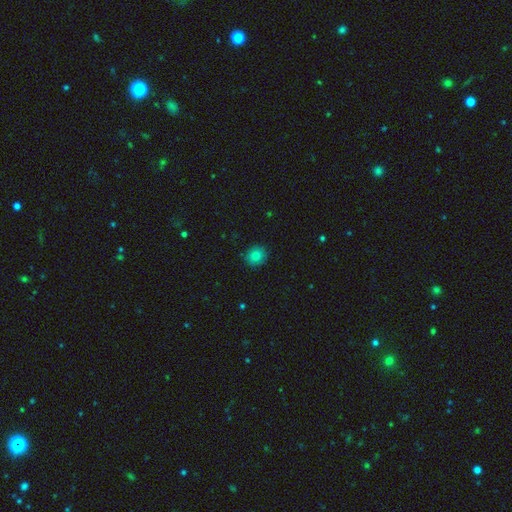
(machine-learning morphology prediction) Q: Smooth or featured?
A: smooth (81%); runner-up: star or artifact (11%)
Q: How rounded?
A: round (85%); runner-up: in between (14%)
Q: Merging?
A: none (88%); runner-up: minor disturbance (9%)